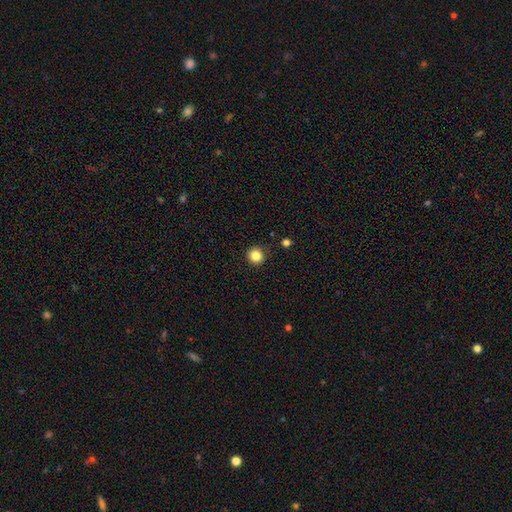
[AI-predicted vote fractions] The model was most divided on "smooth or featured": smooth: 84%, star or artifact: 12%, featured or disk: 4%. More confident: how rounded — round (94%); merging — none (90%).